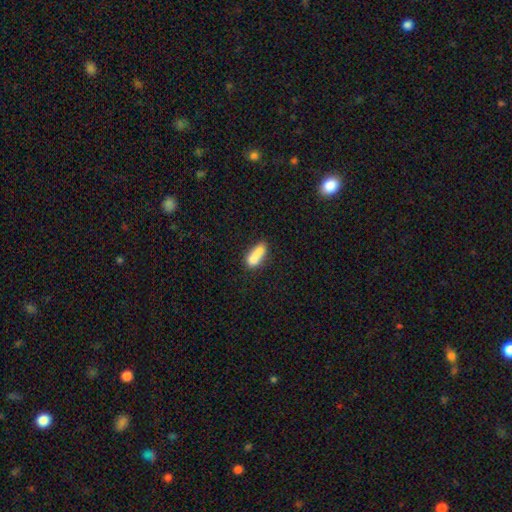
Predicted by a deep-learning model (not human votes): Smooth or featured? Predicted: smooth (p=0.72). How rounded? Predicted: in between (p=0.66). Merging? Predicted: merger (p=0.47).